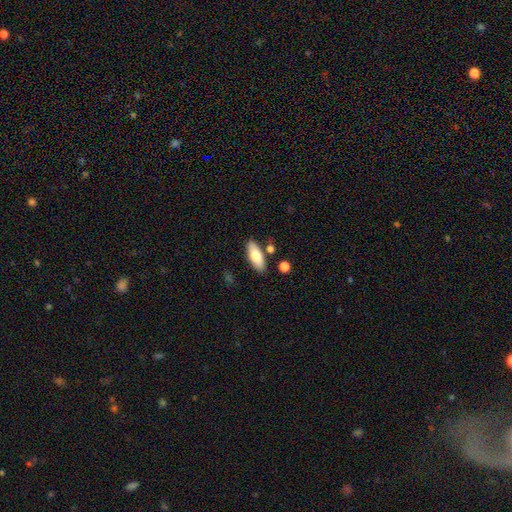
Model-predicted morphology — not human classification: Smooth or featured? smooth (75%)
How rounded? in between (76%)
Merging? none (81%)